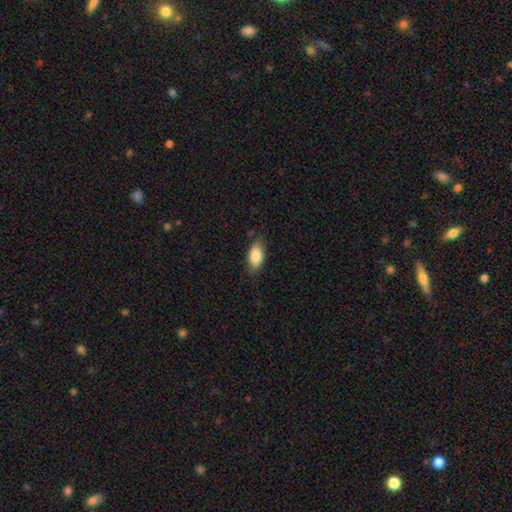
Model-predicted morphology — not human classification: The model was most divided on "merging": none: 77%, minor disturbance: 18%, major disturbance: 3%, merger: 1%. More confident: how rounded — in between (90%); smooth or featured — smooth (83%).